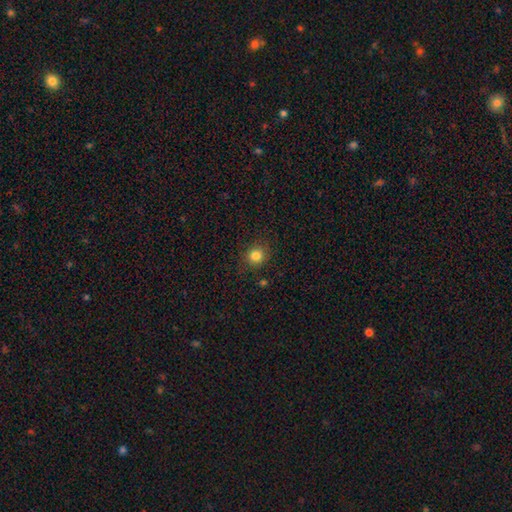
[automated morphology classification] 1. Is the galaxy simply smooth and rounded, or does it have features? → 83% smooth, 12% star or artifact, 5% featured or disk.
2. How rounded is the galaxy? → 84% round, 15% in between, 1% cigar-shaped.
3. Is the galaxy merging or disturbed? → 86% none, 9% minor disturbance, 3% major disturbance, 2% merger.